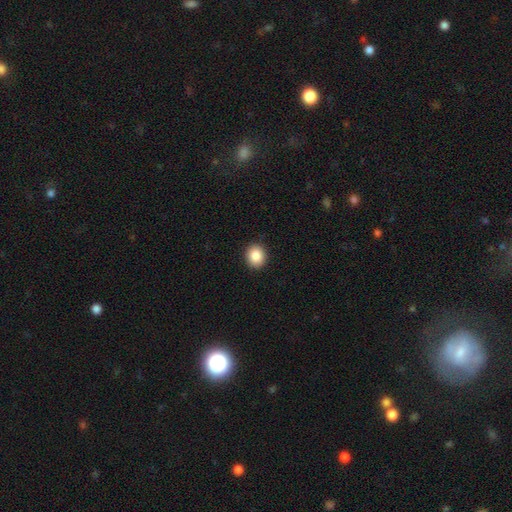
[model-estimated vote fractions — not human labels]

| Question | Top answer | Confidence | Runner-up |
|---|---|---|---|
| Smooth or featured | smooth | 87% | star or artifact (9%) |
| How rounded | round | 72% | in between (27%) |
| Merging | none | 91% | minor disturbance (6%) |